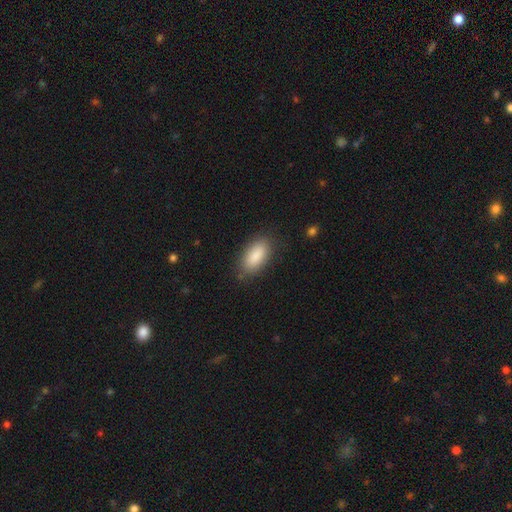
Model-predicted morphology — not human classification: A smooth galaxy with no disk features (88%) that is in between round and cigar-shaped (90%).

Vote fractions:
- Smooth or featured? smooth: 88% / star or artifact: 6% / featured or disk: 6%
- How rounded? in between: 90% / cigar-shaped: 8% / round: 2%
- Merging? none: 83% / minor disturbance: 12% / major disturbance: 3% / merger: 1%